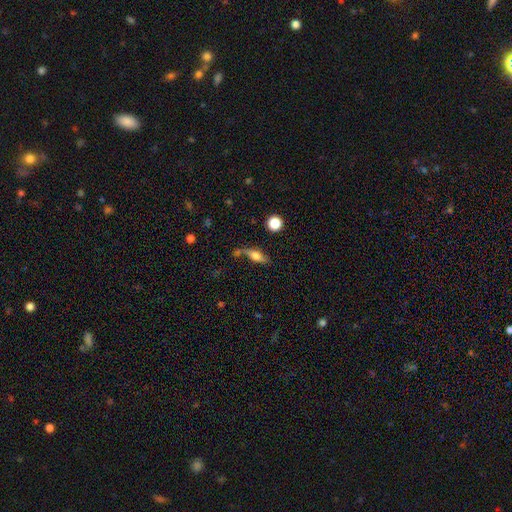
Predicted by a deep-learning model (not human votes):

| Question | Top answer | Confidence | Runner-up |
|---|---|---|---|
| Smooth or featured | smooth | 51% | featured or disk (39%) |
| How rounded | in between | 54% | cigar-shaped (35%) |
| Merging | none | 57% | minor disturbance (21%) |